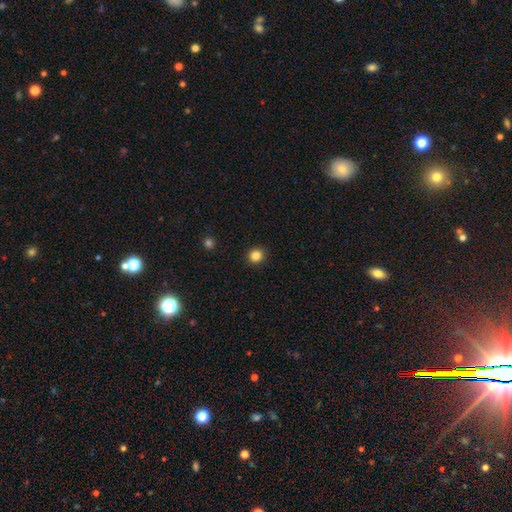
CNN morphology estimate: smooth-or-featured: smooth: 85% | star or artifact: 12% | featured or disk: 4%
  how-rounded: round: 90% | in between: 9% | cigar-shaped: 1%
  merging: none: 92% | minor disturbance: 6% | major disturbance: 2% | merger: 1%